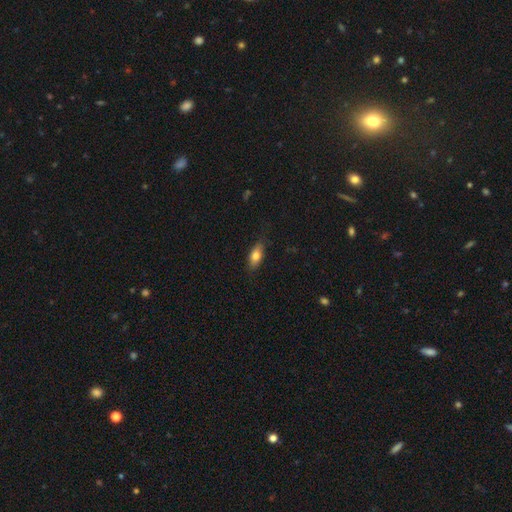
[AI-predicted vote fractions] Smooth or featured? Predicted: smooth (p=0.76). How rounded? Predicted: in between (p=0.82). Merging? Predicted: none (p=0.81).